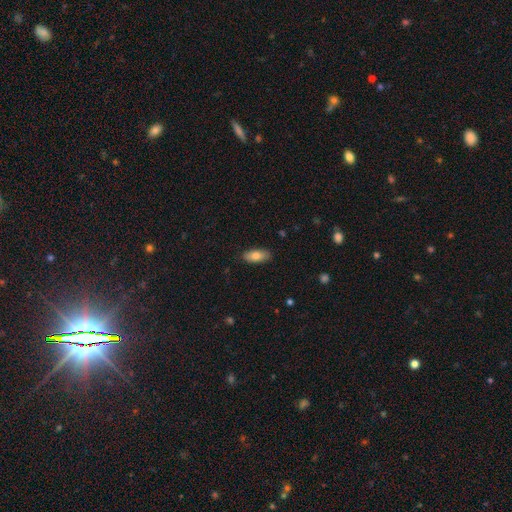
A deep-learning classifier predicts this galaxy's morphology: Smooth or featured: smooth — 80% (featured or disk — 14%)
How rounded: in between — 88% (cigar-shaped — 9%)
Merging: none — 87% (minor disturbance — 10%)